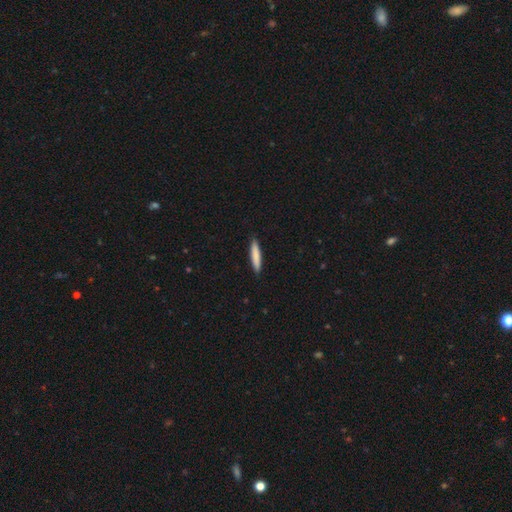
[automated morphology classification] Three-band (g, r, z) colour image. It shows a smooth galaxy with no disk features (83%) that is cigar-shaped (90%). Merging: none (91%).